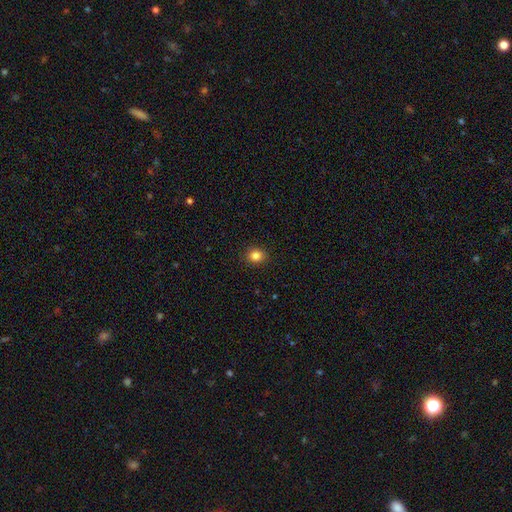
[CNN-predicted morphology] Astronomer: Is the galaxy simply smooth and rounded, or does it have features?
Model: smooth — 83%.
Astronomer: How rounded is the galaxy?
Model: round — 69%.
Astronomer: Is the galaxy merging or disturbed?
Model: none — 91%.